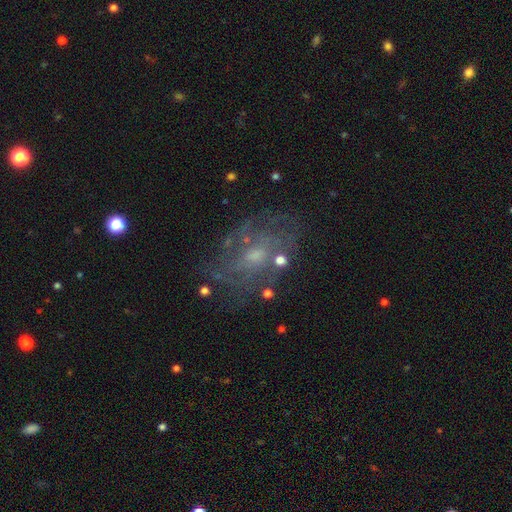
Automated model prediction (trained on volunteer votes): Overall: featured or disk (71%). Edge-on disk: no (96%). Bar: no (67%; weak 29%). Spiral arms: yes (70%; no 30%). Bulge size: small (54%; moderate 33%). Merging: none (66%).